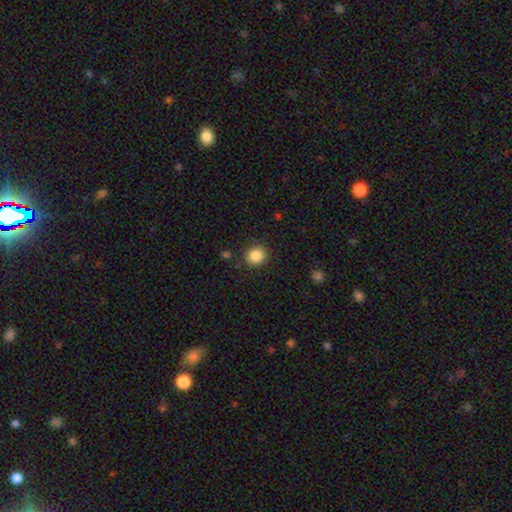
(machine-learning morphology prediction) Smooth or featured? smooth (86%)
How rounded? round (86%)
Merging? none (87%)